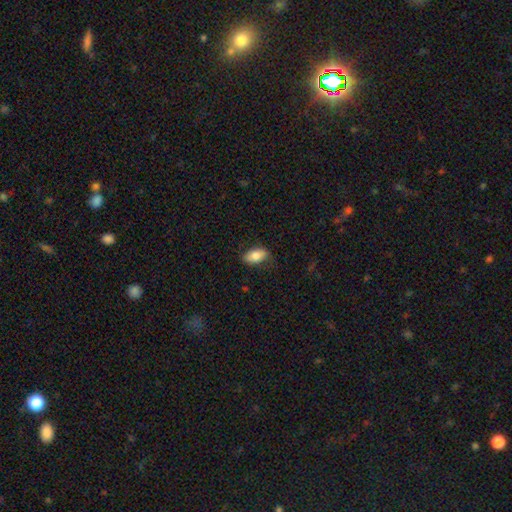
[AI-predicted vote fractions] Smooth or featured?
  - smooth: 81% *
  - featured or disk: 13%
  - star or artifact: 7%
How rounded?
  - in between: 91% *
  - round: 4%
  - cigar-shaped: 4%
Merging?
  - none: 77% *
  - minor disturbance: 18%
  - major disturbance: 4%
  - merger: 1%